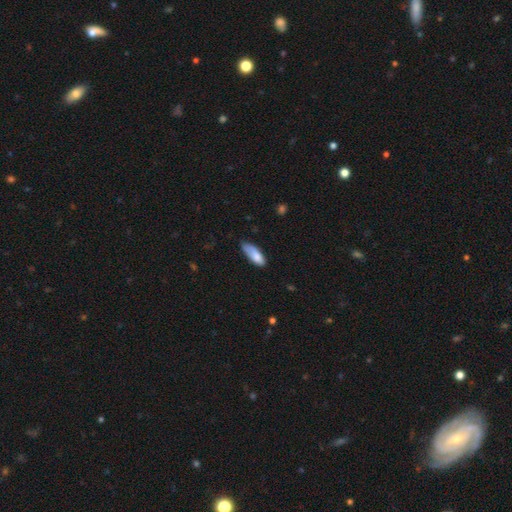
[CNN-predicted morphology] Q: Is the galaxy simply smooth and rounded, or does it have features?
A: smooth — 80%.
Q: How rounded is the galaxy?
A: in between — 72%.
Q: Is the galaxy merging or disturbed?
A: none — 46%.